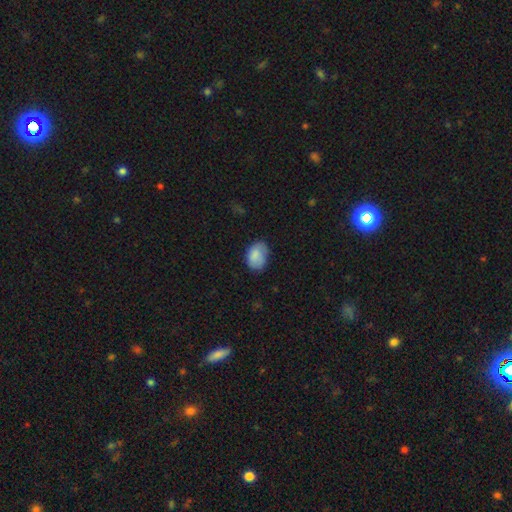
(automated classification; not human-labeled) Smooth or featured: smooth — 84% (featured or disk — 9%)
How rounded: in between — 78% (round — 21%)
Merging: none — 65% (minor disturbance — 27%)